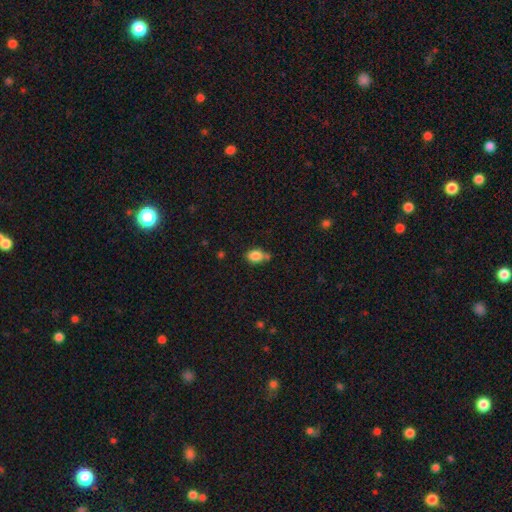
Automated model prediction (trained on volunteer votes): Overall: smooth (84%). How rounded: in between (60%; round 39%). Merging: none (60%; minor disturbance 20%).